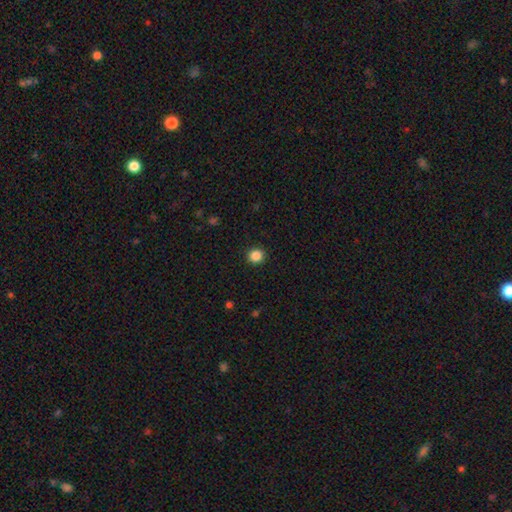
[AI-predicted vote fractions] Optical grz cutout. It shows a smooth galaxy with no disk features (86%) that is round (90%). Merging: none (92%).